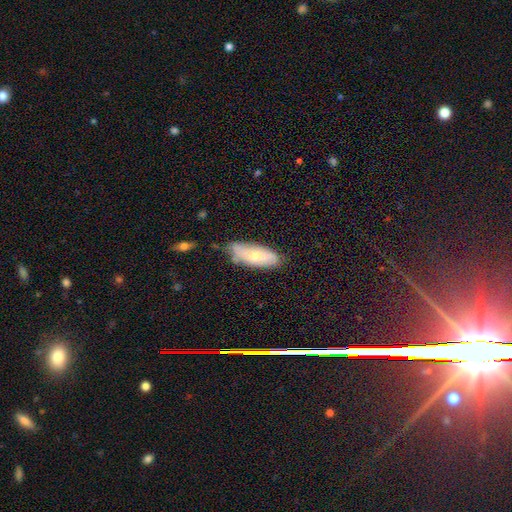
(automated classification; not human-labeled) Smooth or featured? smooth (58%)
How rounded? in between (78%)
Merging? none (65%)